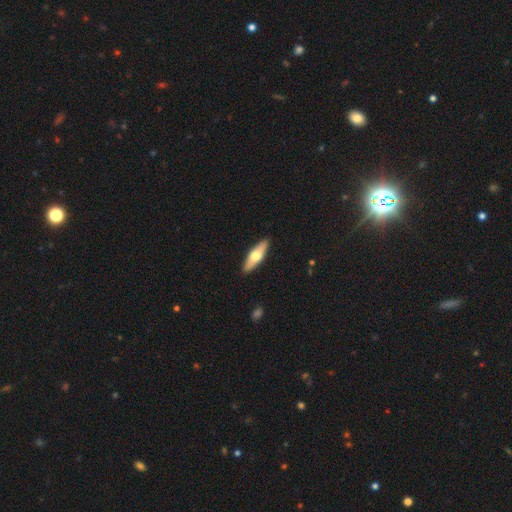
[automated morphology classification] This is possibly a featured or disk galaxy (48%). Merging: clearly none (90%).